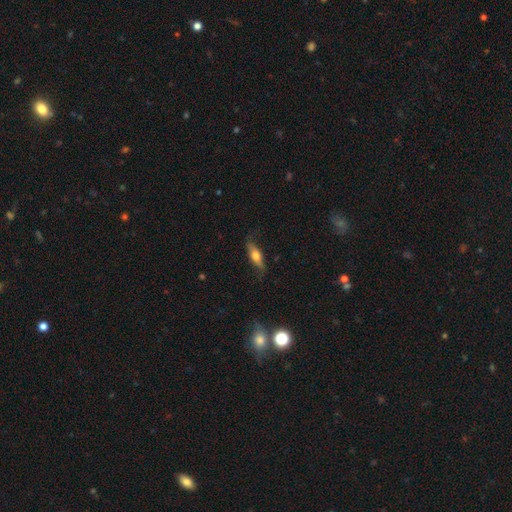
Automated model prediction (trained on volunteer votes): Smooth or featured? Predicted: smooth (p=0.54). How rounded? Predicted: cigar-shaped (p=0.51). Merging? Predicted: none (p=0.77).